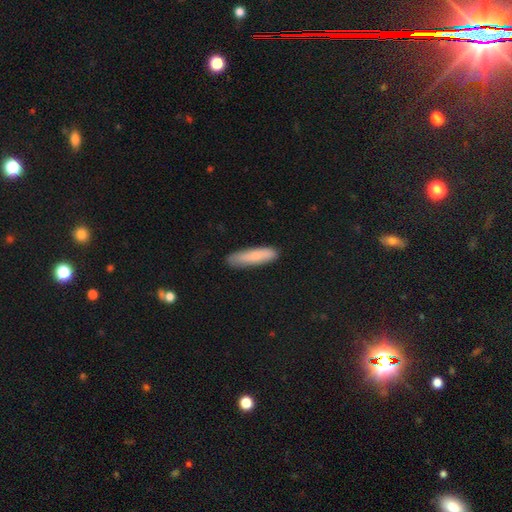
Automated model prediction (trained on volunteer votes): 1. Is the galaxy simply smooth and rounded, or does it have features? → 80% smooth, 15% featured or disk, 6% star or artifact.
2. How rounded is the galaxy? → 79% cigar-shaped, 20% in between, 1% round.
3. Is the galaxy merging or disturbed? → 84% none, 12% minor disturbance, 2% major disturbance, 1% merger.